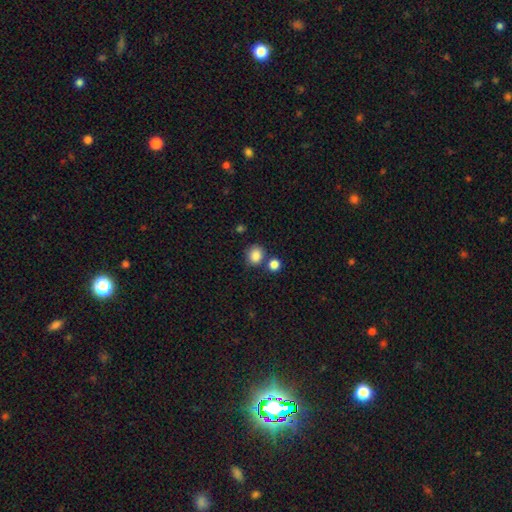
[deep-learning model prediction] Overall: smooth (86%). How rounded: round (74%). Merging: none (67%).